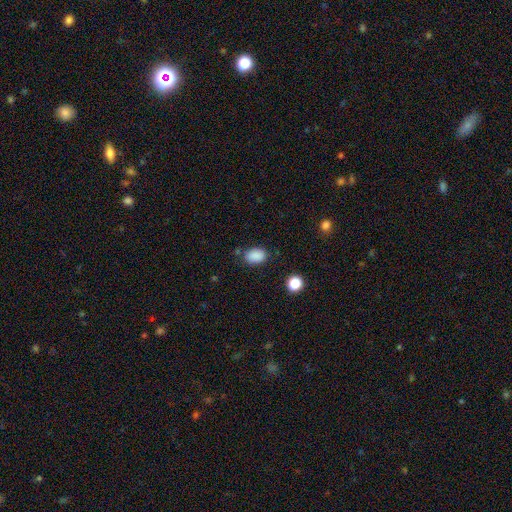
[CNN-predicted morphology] The model was most divided on "merging": none: 77%, minor disturbance: 15%, major disturbance: 4%, merger: 4%. More confident: smooth or featured — smooth (87%); how rounded — in between (81%).